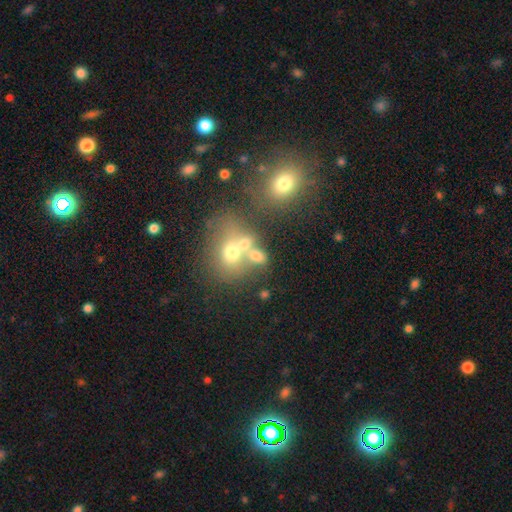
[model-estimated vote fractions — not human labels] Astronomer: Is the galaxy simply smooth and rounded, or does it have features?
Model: smooth — 61%.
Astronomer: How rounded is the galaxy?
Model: in between — 51% (runner-up: round, 47%).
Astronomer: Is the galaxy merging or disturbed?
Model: merger — 48% (runner-up: none, 33%).